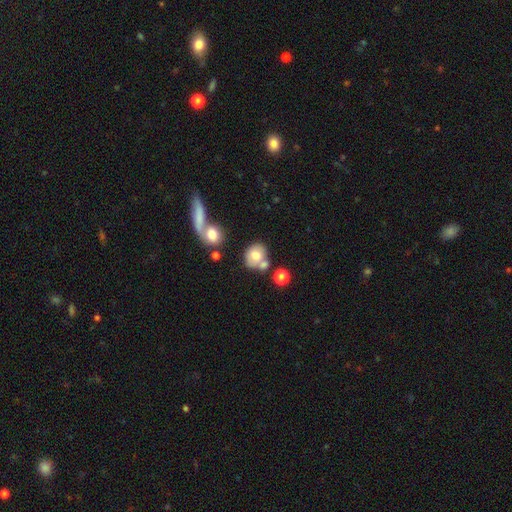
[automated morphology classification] type=smooth (69%); roundness=round (66%); merging=none (48%).